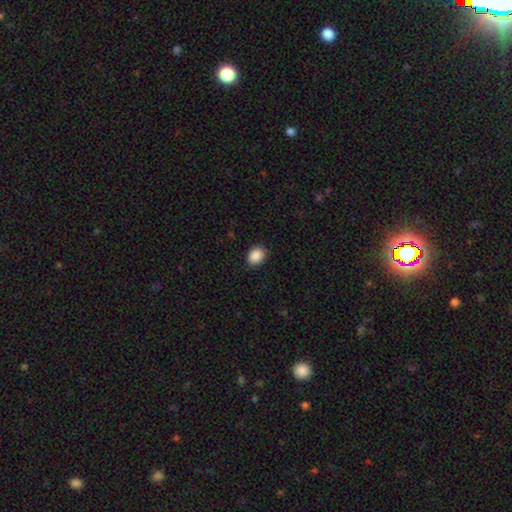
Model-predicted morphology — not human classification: A smooth galaxy with no disk features (89%) that is in between round and cigar-shaped (56%).

Vote fractions:
- Smooth or featured? smooth: 89% / star or artifact: 8% / featured or disk: 3%
- How rounded? in between: 56% / round: 43% / cigar-shaped: 1%
- Merging? none: 89% / minor disturbance: 8% / major disturbance: 2% / merger: 1%